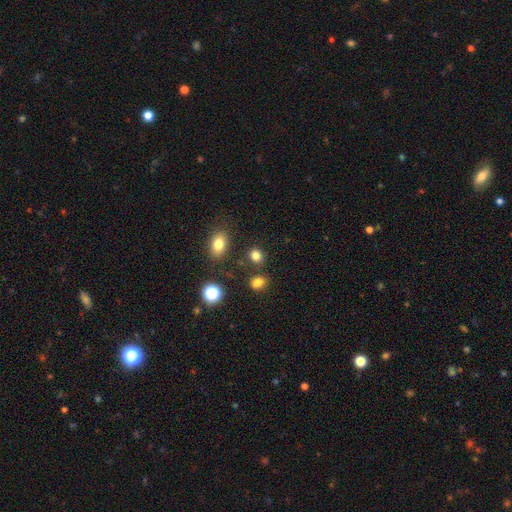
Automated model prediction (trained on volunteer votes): This is clearly a smooth galaxy (80%). How rounded: likely round (62%). Merging: likely none (80%).